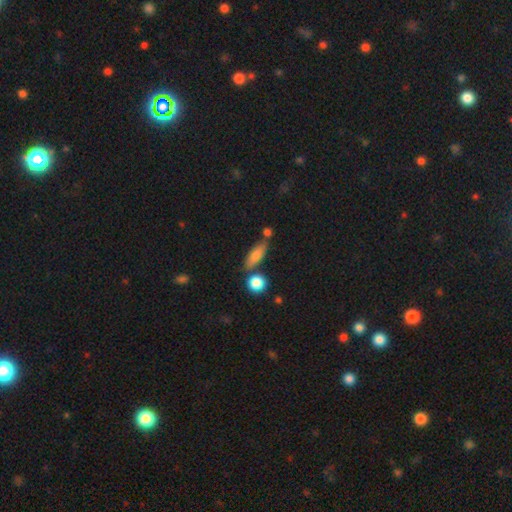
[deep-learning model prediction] The model was most divided on "how rounded": in between: 58%, cigar-shaped: 36%, round: 6%. More confident: smooth or featured — smooth (76%); merging — none (70%).